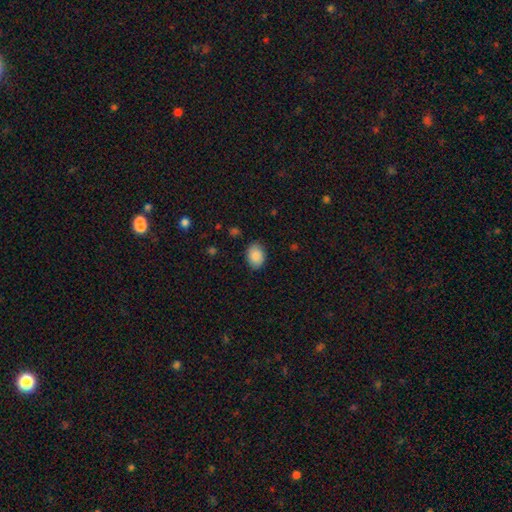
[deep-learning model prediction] This is clearly a smooth galaxy (88%). How rounded: likely in between (72%). Merging: clearly none (82%).